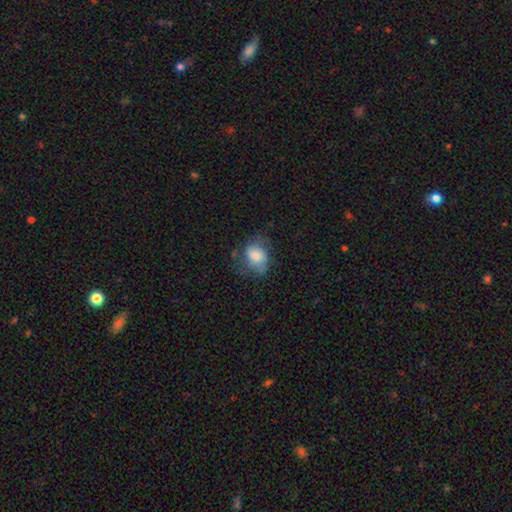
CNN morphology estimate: type=smooth (65%); roundness=in between (58%); merging=none (49%).